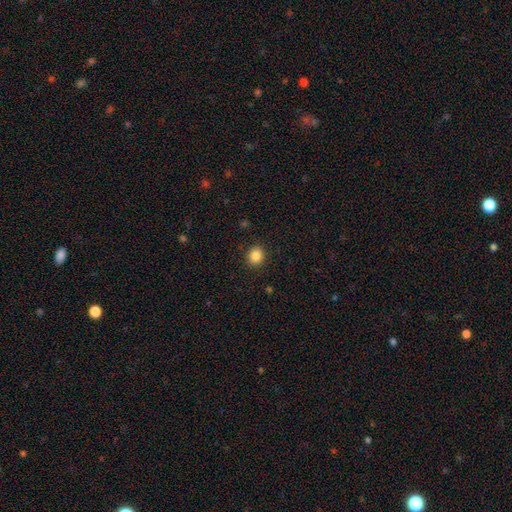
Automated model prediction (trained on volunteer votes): Smooth or featured? Predicted: smooth (p=0.85). How rounded? Predicted: round (p=0.82). Merging? Predicted: none (p=0.91).